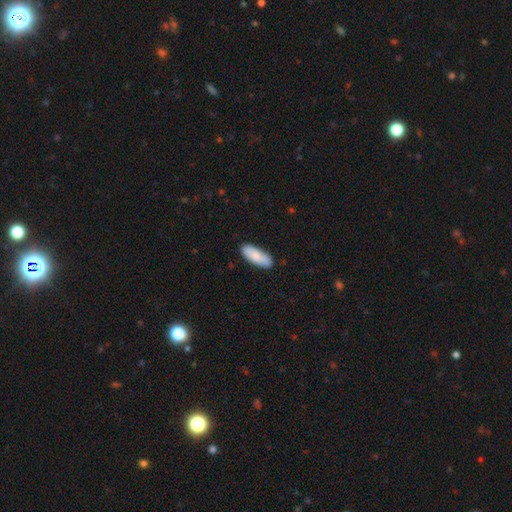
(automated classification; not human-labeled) smooth_or_featured: smooth (p=0.84) [alt: featured or disk p=0.10]
how_rounded: in between (p=0.70) [alt: cigar-shaped p=0.28]
merging: none (p=0.85) [alt: minor disturbance p=0.12]